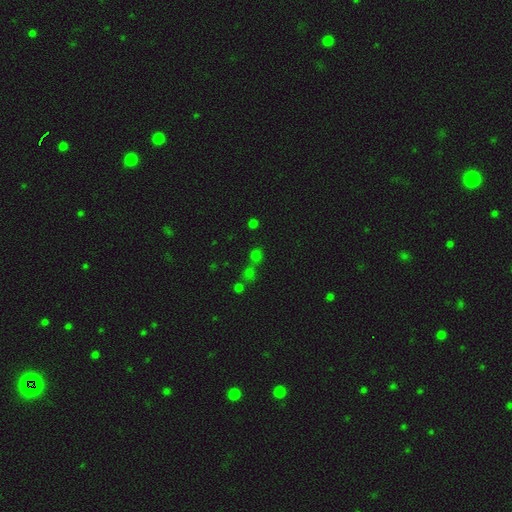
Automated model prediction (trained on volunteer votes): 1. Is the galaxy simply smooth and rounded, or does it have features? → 55% smooth, 37% star or artifact, 8% featured or disk.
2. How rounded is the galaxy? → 84% round, 14% in between, 2% cigar-shaped.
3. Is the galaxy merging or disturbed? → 56% none, 32% merger, 8% minor disturbance, 4% major disturbance.